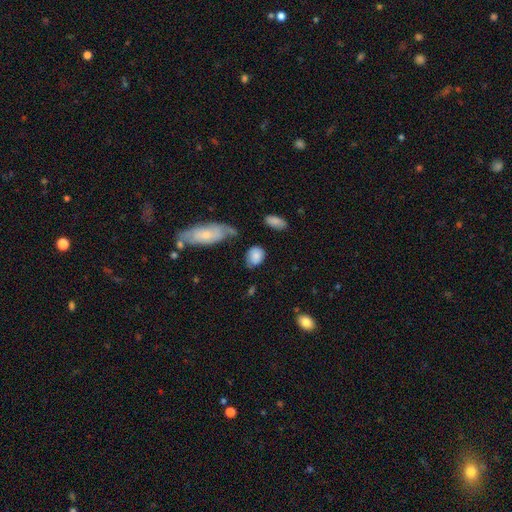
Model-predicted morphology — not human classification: Overall: smooth (78%). How rounded: in between (51%; round 47%). Merging: none (55%; minor disturbance 26%).